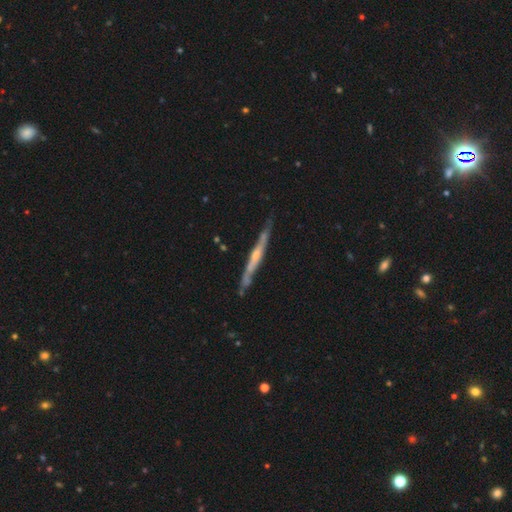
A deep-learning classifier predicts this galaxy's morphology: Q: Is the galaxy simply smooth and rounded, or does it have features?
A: featured or disk — 74%.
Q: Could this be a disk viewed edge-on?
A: yes — 92%.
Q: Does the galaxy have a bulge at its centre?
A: rounded — 48%.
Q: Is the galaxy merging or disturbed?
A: none — 74%.